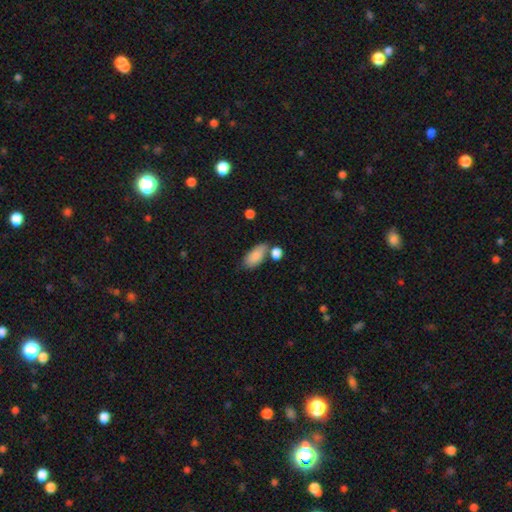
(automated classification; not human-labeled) smooth-or-featured: smooth: 85% | featured or disk: 8% | star or artifact: 7%
  how-rounded: in between: 90% | cigar-shaped: 7% | round: 3%
  merging: none: 56% | merger: 20% | minor disturbance: 18% | major disturbance: 6%